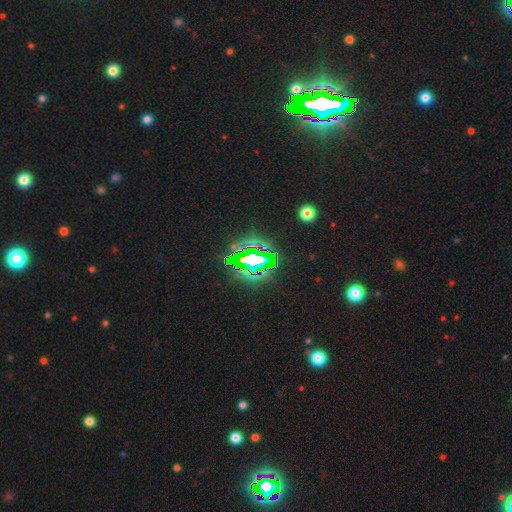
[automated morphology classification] The model was most divided on "smooth or featured": star or artifact: 78%, featured or disk: 11%, smooth: 11%.